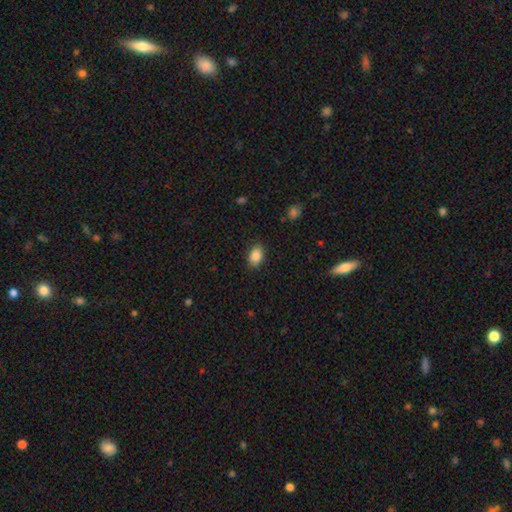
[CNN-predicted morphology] This appears to be a smooth galaxy with no disk features (88%) that is in between round and cigar-shaped (83%). Merging: none (86%).